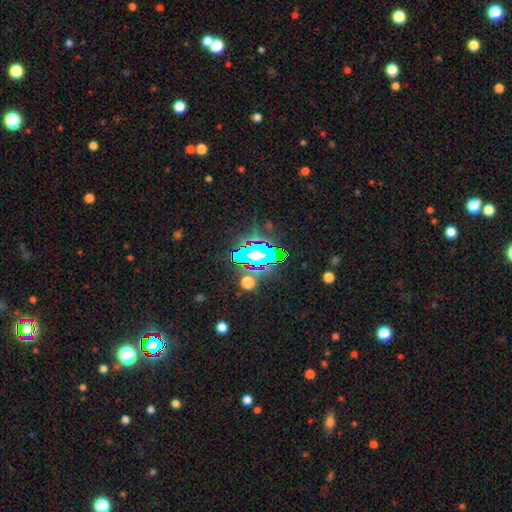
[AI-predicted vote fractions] Morphology: type=star or artifact (82%).